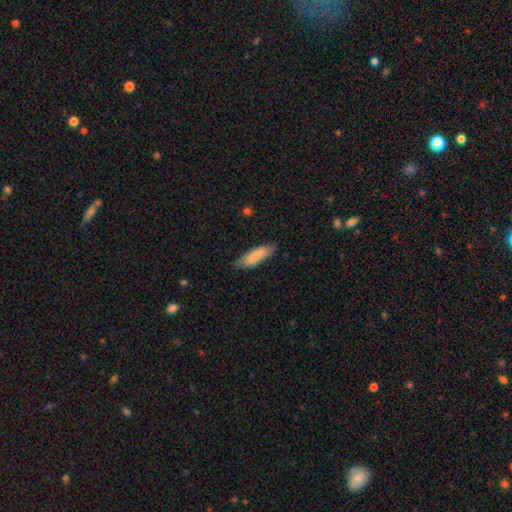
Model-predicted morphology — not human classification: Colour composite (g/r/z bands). It shows a smooth galaxy with no disk features (82%) that is in between round and cigar-shaped (50%). Merging: none (81%).